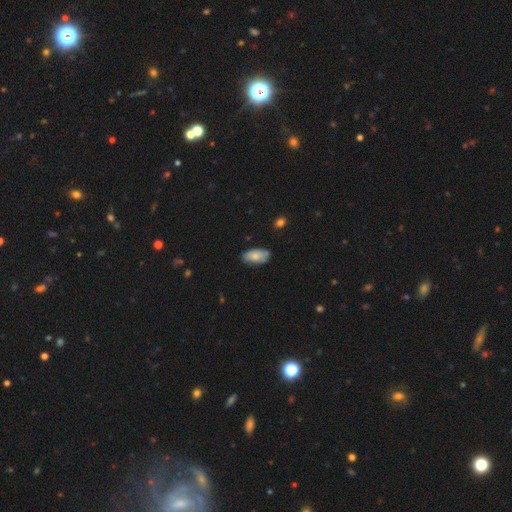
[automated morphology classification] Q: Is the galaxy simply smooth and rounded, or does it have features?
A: smooth — 77%.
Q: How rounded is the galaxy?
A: in between — 94%.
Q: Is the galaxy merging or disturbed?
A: none — 72%.